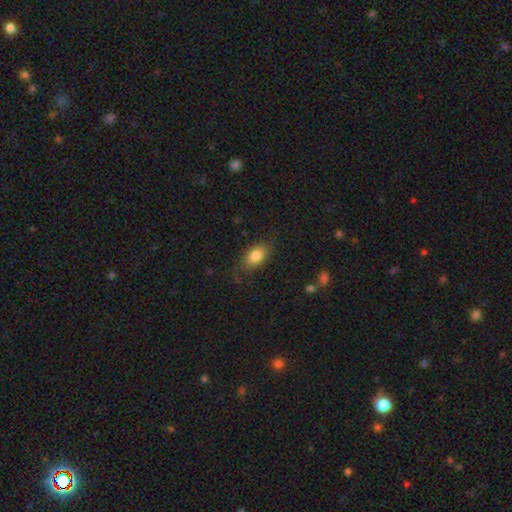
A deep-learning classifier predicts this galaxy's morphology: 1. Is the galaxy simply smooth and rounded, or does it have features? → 82% smooth, 11% featured or disk, 8% star or artifact.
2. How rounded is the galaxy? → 88% in between, 8% round, 3% cigar-shaped.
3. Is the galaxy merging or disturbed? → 75% none, 18% minor disturbance, 6% major disturbance, 2% merger.